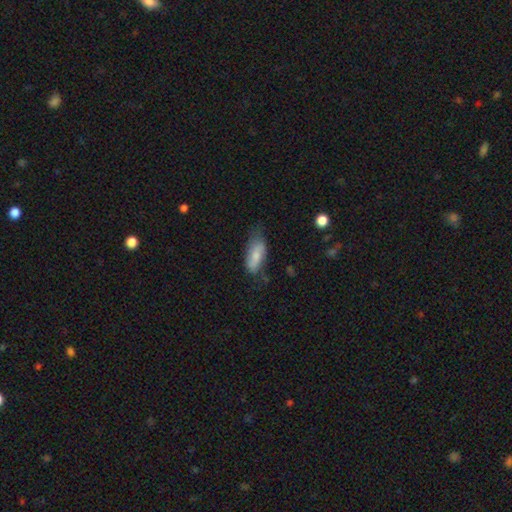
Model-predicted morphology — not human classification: Smooth or featured? Predicted: smooth (p=0.73). How rounded? Predicted: in between (p=0.84). Merging? Predicted: none (p=0.51).